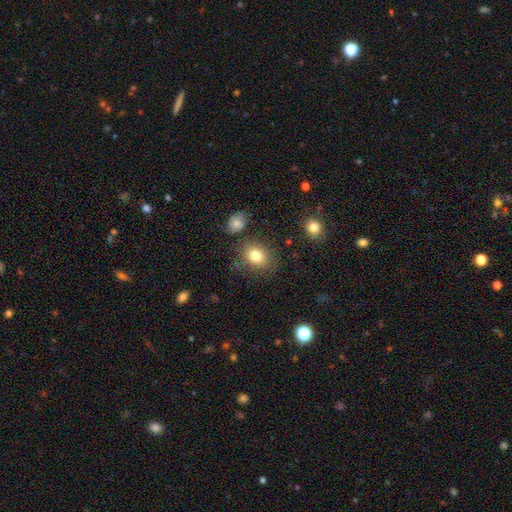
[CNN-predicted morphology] Smooth or featured? Predicted: smooth (p=0.80). How rounded? Predicted: round (p=0.54). Merging? Predicted: none (p=0.74).